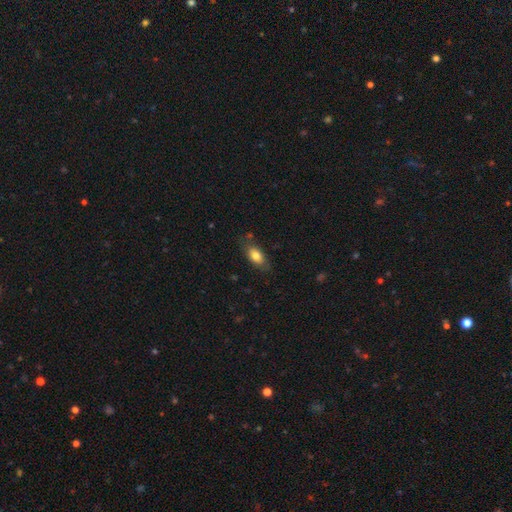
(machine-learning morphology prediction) Overall: smooth (78%). How rounded: in between (87%). Merging: none (74%).